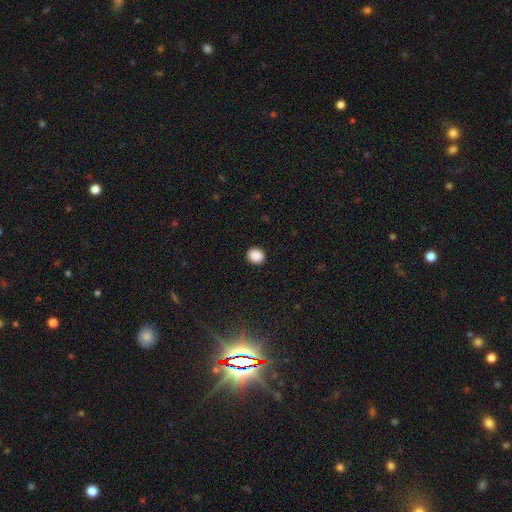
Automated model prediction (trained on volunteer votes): smooth-or-featured: smooth: 89% | star or artifact: 8% | featured or disk: 2%
  how-rounded: round: 58% | in between: 41% | cigar-shaped: 1%
  merging: none: 91% | minor disturbance: 6% | major disturbance: 2% | merger: 1%